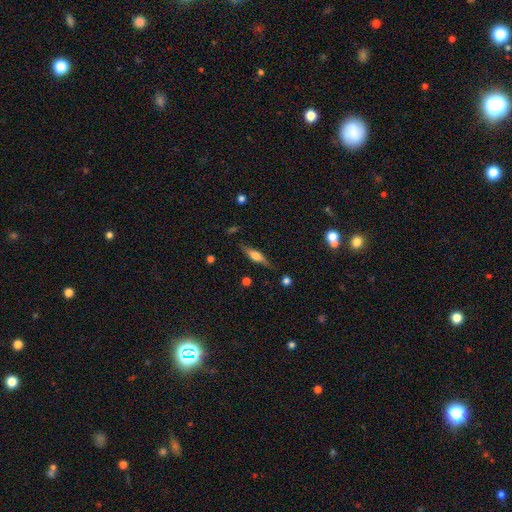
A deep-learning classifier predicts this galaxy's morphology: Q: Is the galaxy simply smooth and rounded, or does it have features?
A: featured or disk — 56%.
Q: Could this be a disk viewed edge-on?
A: yes — 93%.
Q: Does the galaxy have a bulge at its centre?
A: rounded — 83%.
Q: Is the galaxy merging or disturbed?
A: none — 80%.